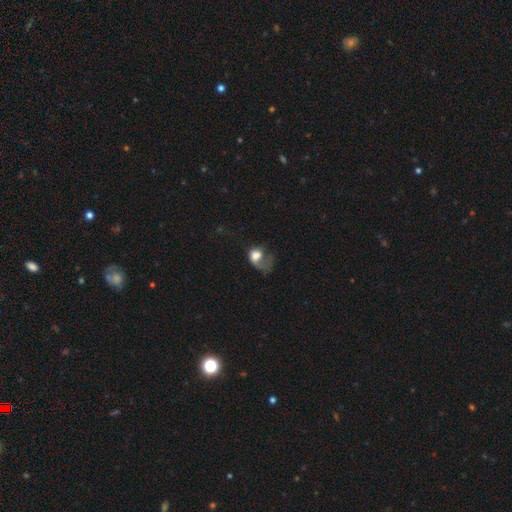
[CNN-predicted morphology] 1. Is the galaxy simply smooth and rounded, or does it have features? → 60% smooth, 30% featured or disk, 9% star or artifact.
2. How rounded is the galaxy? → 53% in between, 46% round, 1% cigar-shaped.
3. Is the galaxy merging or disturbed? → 65% major disturbance, 16% minor disturbance, 15% none, 5% merger.